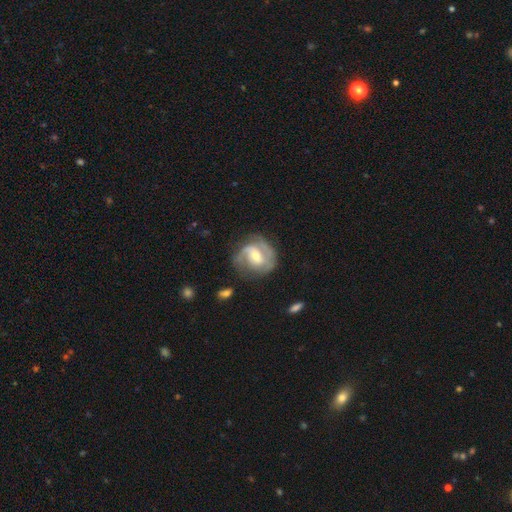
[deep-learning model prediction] Smooth or featured? Predicted: featured or disk (p=0.81). Edge-on disk? Predicted: no (p=0.97). Bar? Predicted: weak (p=0.49). Spiral arms? Predicted: yes (p=0.93). Spiral winding? Predicted: medium (p=0.46). Spiral arm count? Predicted: 2 (p=0.67). Bulge size? Predicted: moderate (p=0.54). Merging? Predicted: none (p=0.65).